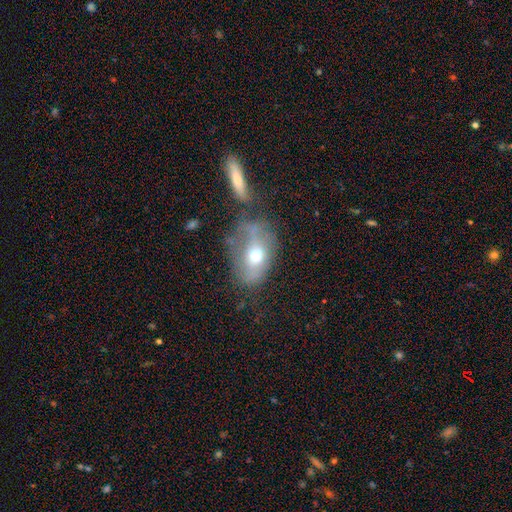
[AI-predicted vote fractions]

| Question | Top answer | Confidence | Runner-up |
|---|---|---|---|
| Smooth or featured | smooth | 56% | featured or disk (32%) |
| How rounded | in between | 72% | round (26%) |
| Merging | none | 36% | major disturbance (27%) |